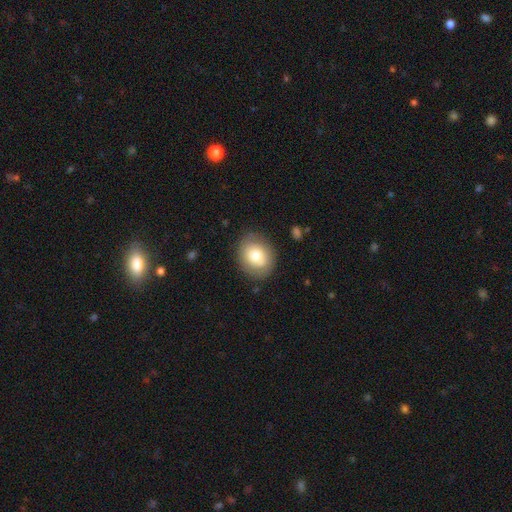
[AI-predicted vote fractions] This is likely a smooth galaxy (71%). How rounded: possibly round (59%). Merging: clearly none (82%).